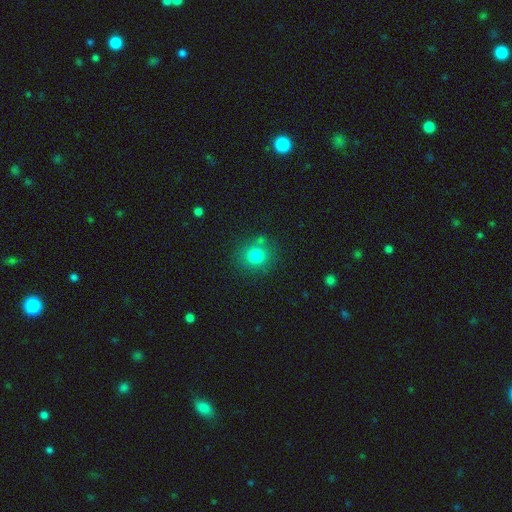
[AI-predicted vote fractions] This is clearly a smooth galaxy (80%). How rounded: clearly round (84%). Merging: likely none (77%).